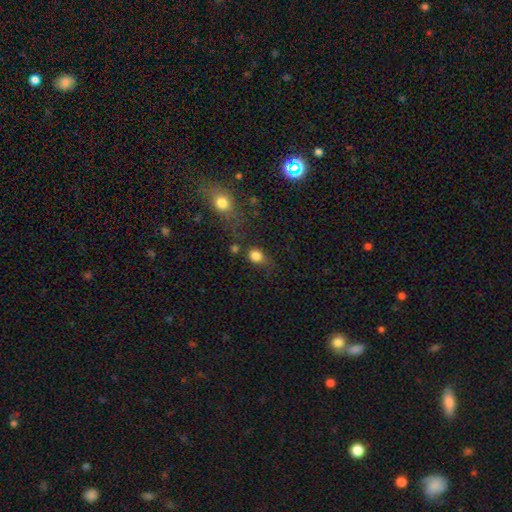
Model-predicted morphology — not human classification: Smooth or featured? smooth (82%)
How rounded? round (57%)
Merging? none (55%)